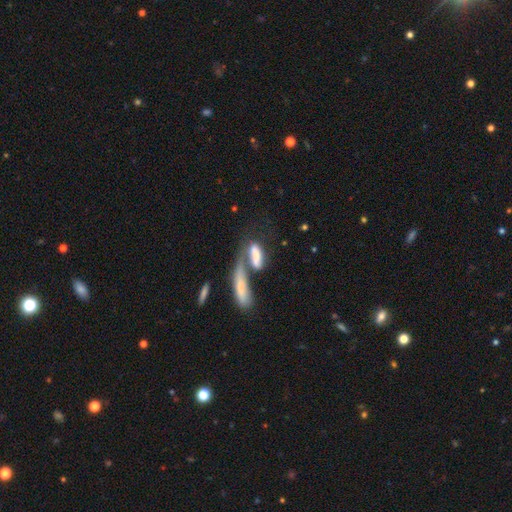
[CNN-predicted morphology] The model was most divided on "how rounded": in between: 51%, cigar-shaped: 45%, round: 4%. More confident: smooth or featured — smooth (67%); merging — merger (59%).